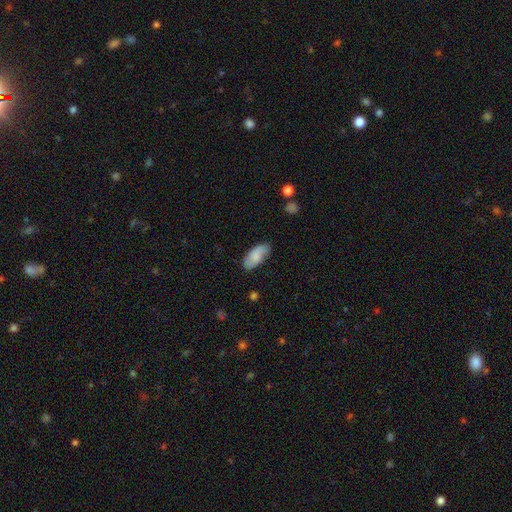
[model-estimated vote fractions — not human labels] smooth_or_featured: smooth (p=0.80) [alt: featured or disk p=0.14]
how_rounded: in between (p=0.89) [alt: cigar-shaped p=0.09]
merging: none (p=0.76) [alt: minor disturbance p=0.19]